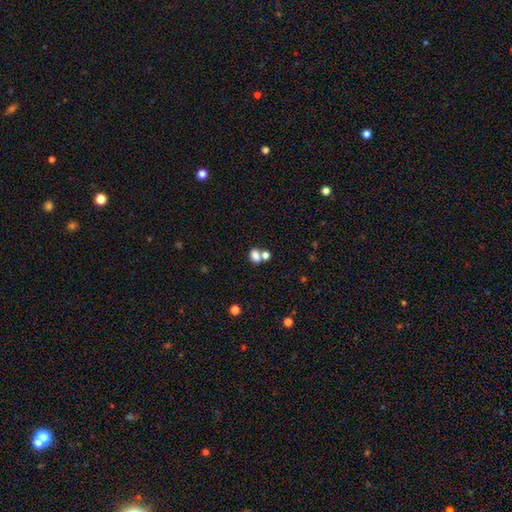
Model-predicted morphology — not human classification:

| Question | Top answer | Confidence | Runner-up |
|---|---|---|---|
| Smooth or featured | smooth | 78% | star or artifact (13%) |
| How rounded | in between | 68% | round (31%) |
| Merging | none | 46% | merger (39%) |